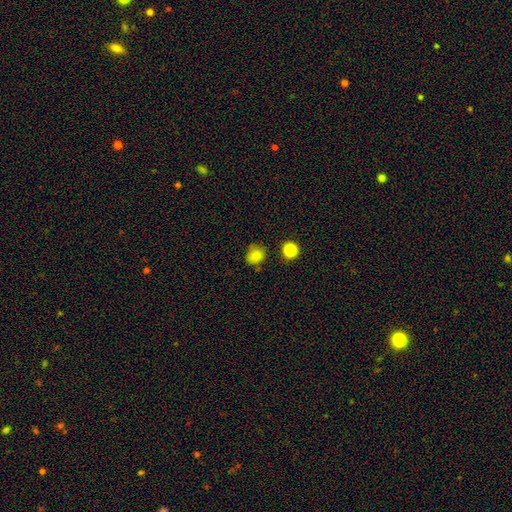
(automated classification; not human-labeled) Smooth or featured: smooth — 82% (star or artifact — 13%)
How rounded: round — 69% (in between — 30%)
Merging: none — 71% (minor disturbance — 18%)